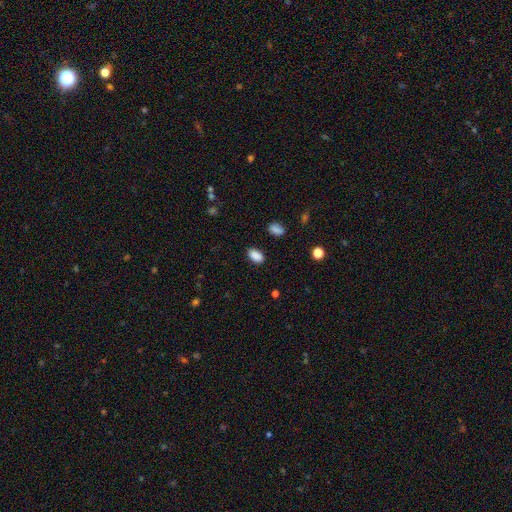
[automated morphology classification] Smooth or featured? smooth (88%)
How rounded? in between (92%)
Merging? none (86%)